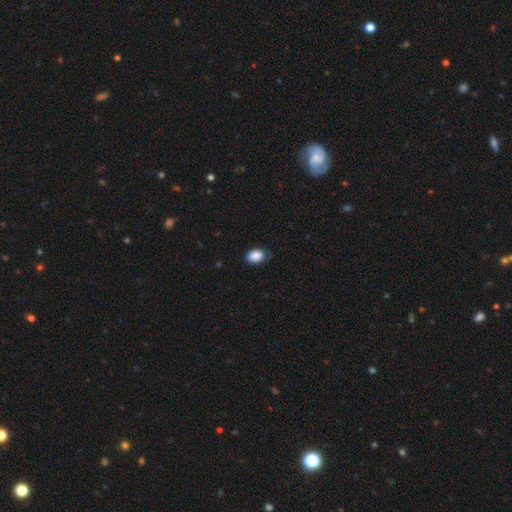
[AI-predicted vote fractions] This is clearly a smooth galaxy (87%). How rounded: clearly in between (86%). Merging: likely none (69%).